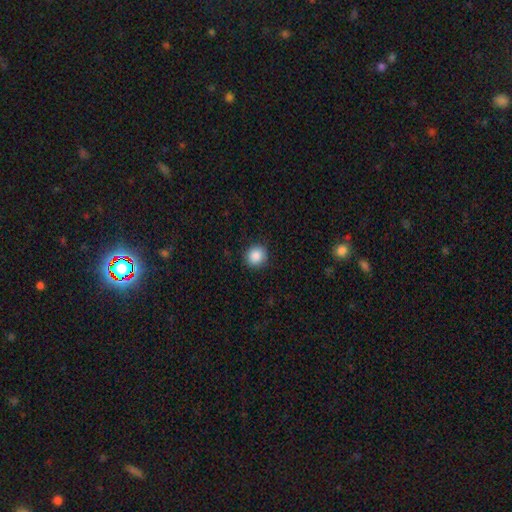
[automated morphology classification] Smooth or featured? smooth (88%)
How rounded? round (90%)
Merging? none (88%)